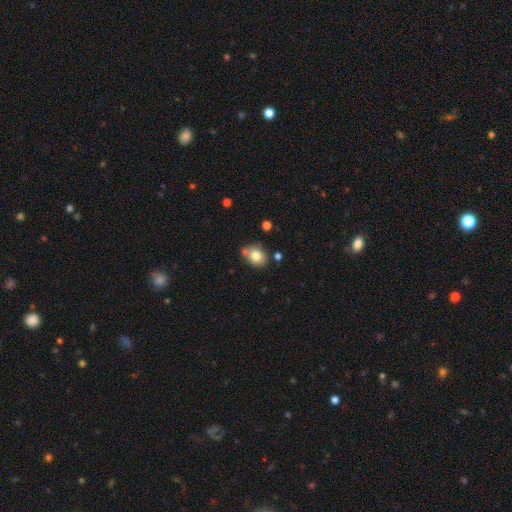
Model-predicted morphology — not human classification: A smooth galaxy with no disk features (78%) that is in between round and cigar-shaped (58%).

Vote fractions:
- Smooth or featured? smooth: 78% / featured or disk: 13% / star or artifact: 9%
- How rounded? in between: 58% / round: 41% / cigar-shaped: 1%
- Merging? none: 67% / minor disturbance: 18% / merger: 11% / major disturbance: 4%